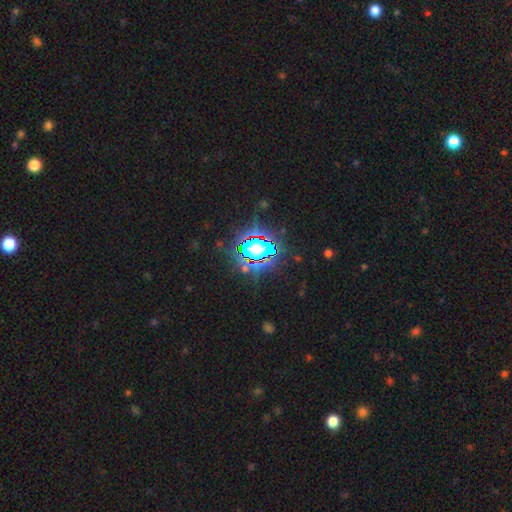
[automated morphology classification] A star or artifact, not a galaxy (71%).

Vote fractions:
- Smooth or featured? star or artifact: 71% / smooth: 17% / featured or disk: 12%